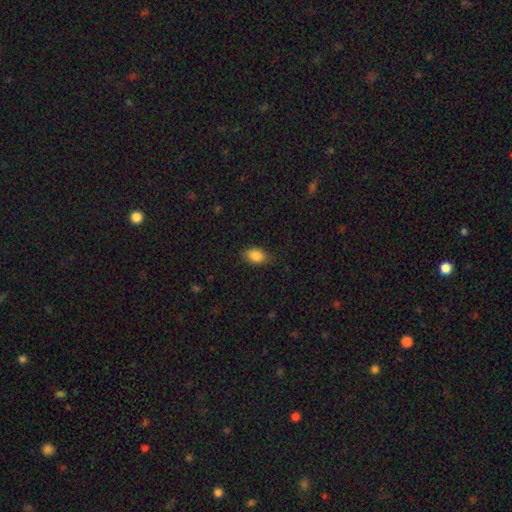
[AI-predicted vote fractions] A smooth galaxy with no disk features (86%) that is in between round and cigar-shaped (83%).

Vote fractions:
- Smooth or featured? smooth: 86% / star or artifact: 8% / featured or disk: 6%
- How rounded? in between: 83% / round: 16% / cigar-shaped: 2%
- Merging? none: 79% / minor disturbance: 16% / major disturbance: 4% / merger: 1%